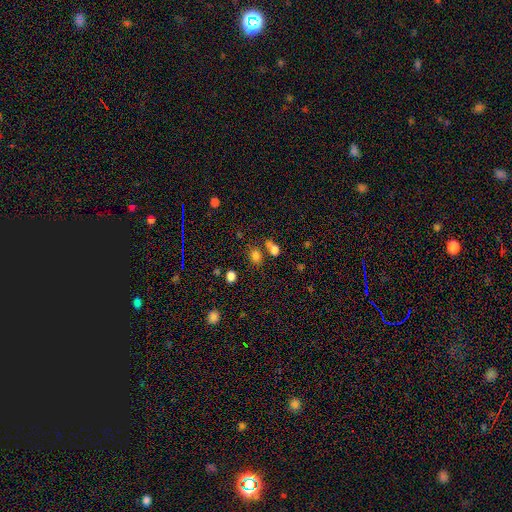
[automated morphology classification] This appears to be a smooth galaxy with no disk features (79%) that is in between round and cigar-shaped (65%). Merging: none (63%).